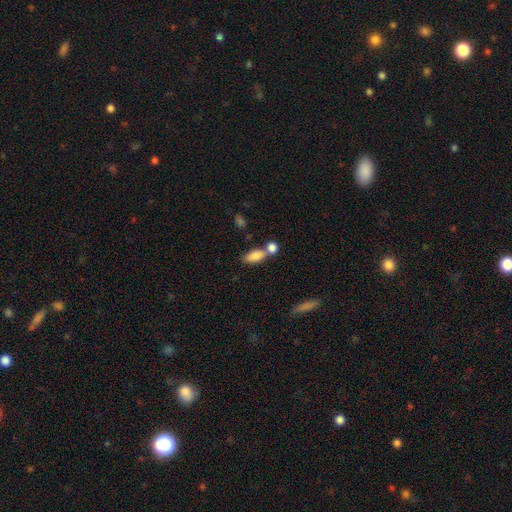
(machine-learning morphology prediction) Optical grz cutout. It shows a smooth galaxy with no disk features (83%) that is in between round and cigar-shaped (82%). Merging: merger (46%).